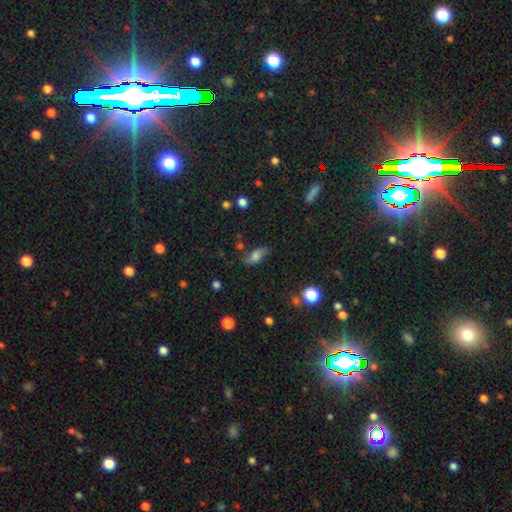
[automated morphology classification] Smooth or featured? smooth (53%)
How rounded? in between (77%)
Merging? none (64%)